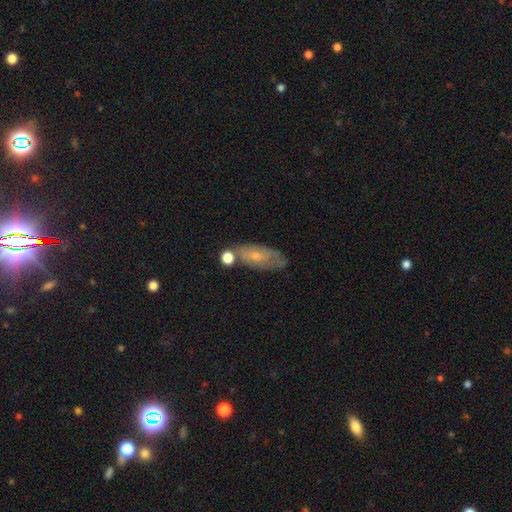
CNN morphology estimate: Smooth or featured? Predicted: smooth (p=0.55). How rounded? Predicted: in between (p=0.80). Merging? Predicted: none (p=0.53).